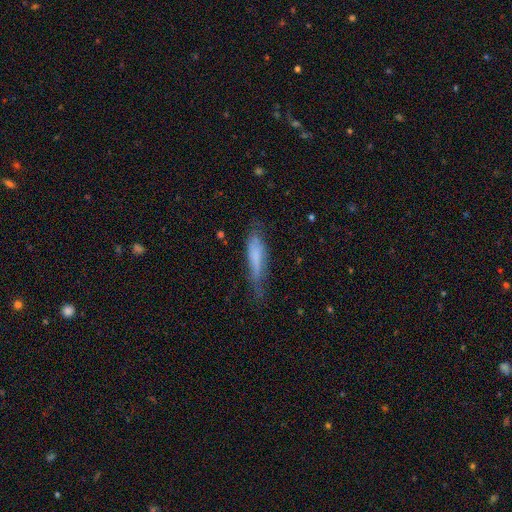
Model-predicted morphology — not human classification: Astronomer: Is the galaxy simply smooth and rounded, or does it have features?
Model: smooth — 64%.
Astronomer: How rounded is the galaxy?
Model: cigar-shaped — 77%.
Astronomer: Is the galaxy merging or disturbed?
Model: none — 53% (runner-up: minor disturbance, 32%).